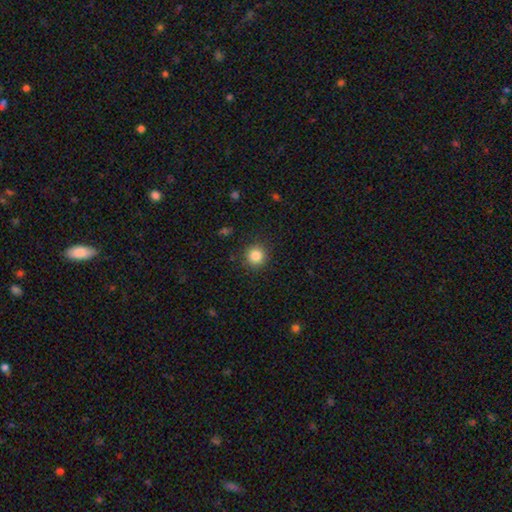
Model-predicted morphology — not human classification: smooth_or_featured: smooth (p=0.84) [alt: star or artifact p=0.11]
how_rounded: round (p=0.93) [alt: in between p=0.06]
merging: none (p=0.90) [alt: minor disturbance p=0.07]